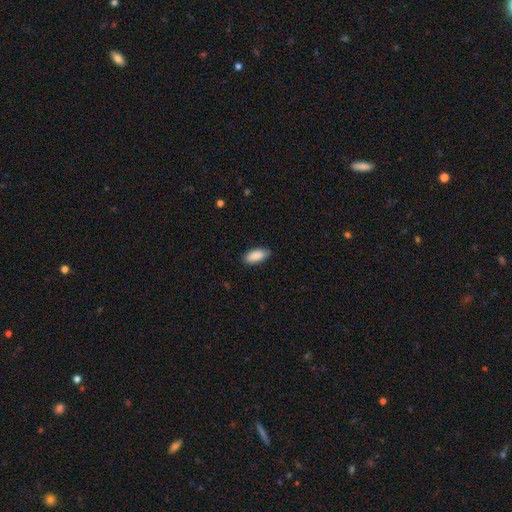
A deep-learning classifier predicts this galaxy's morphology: Smooth or featured: smooth — 90% (star or artifact — 6%)
How rounded: in between — 89% (cigar-shaped — 9%)
Merging: none — 85% (minor disturbance — 12%)